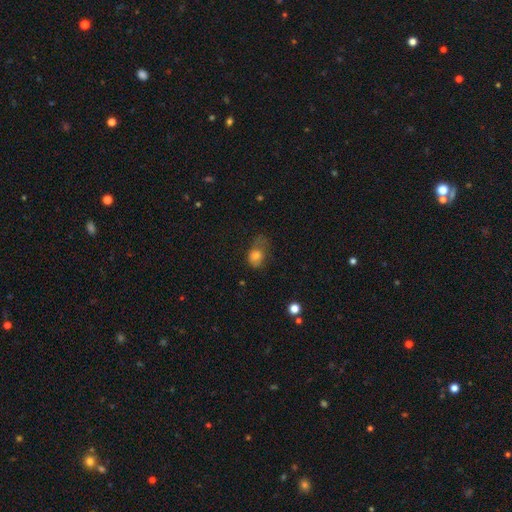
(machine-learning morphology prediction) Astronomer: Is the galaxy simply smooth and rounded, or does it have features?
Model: smooth — 72%.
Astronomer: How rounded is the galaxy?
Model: in between — 63%.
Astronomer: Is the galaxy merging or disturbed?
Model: major disturbance — 37% (runner-up: minor disturbance, 31%).